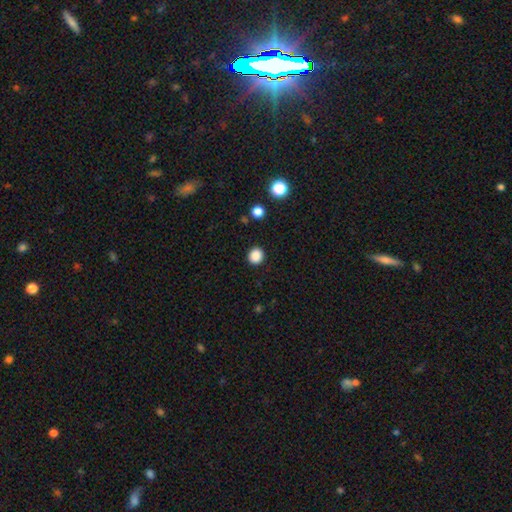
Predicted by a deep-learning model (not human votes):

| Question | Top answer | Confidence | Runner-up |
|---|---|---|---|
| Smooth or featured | smooth | 87% | star or artifact (10%) |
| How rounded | round | 85% | in between (14%) |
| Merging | none | 91% | minor disturbance (6%) |